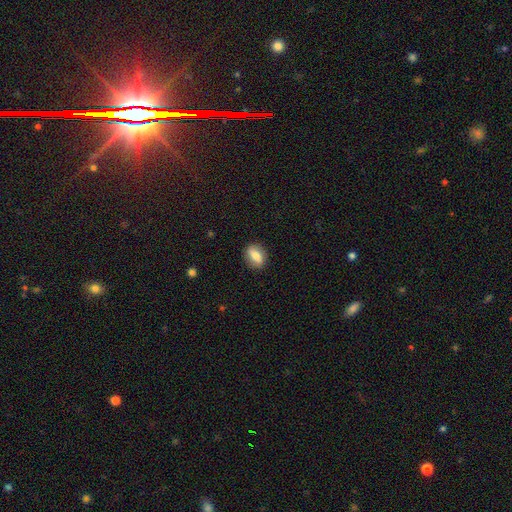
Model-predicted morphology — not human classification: Smooth or featured?
  - smooth: 69% *
  - featured or disk: 24%
  - star or artifact: 8%
How rounded?
  - in between: 66% *
  - round: 29%
  - cigar-shaped: 5%
Merging?
  - none: 86% *
  - minor disturbance: 10%
  - major disturbance: 3%
  - merger: 1%